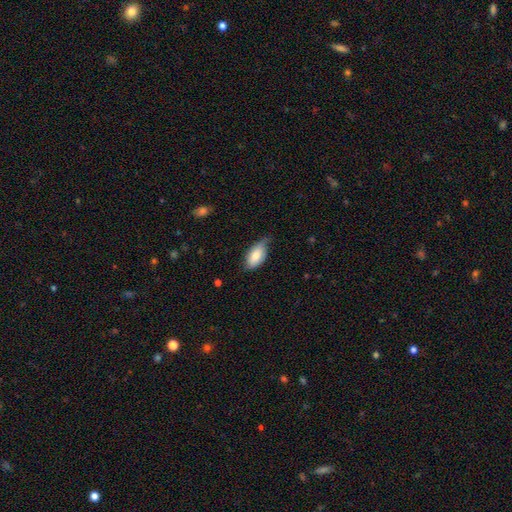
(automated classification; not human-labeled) Smooth or featured? smooth (78%)
How rounded? in between (92%)
Merging? none (50%)